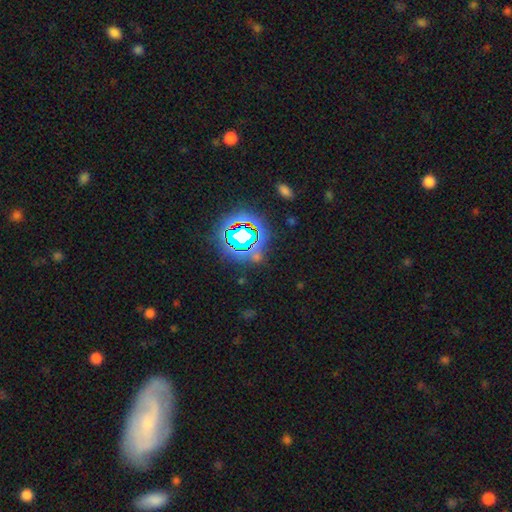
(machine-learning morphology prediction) type=star or artifact (70%).